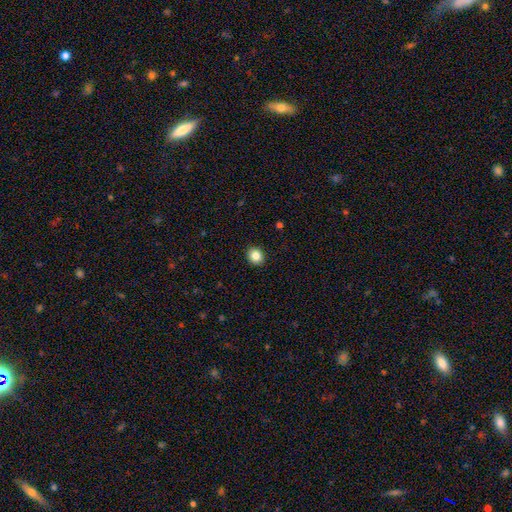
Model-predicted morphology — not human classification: smooth-or-featured: smooth: 85% | star or artifact: 10% | featured or disk: 5%
  how-rounded: round: 74% | in between: 25% | cigar-shaped: 1%
  merging: none: 92% | minor disturbance: 5% | major disturbance: 2% | merger: 1%